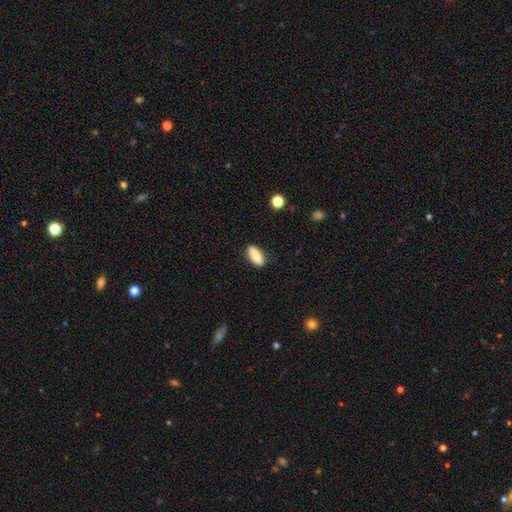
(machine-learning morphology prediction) Smooth or featured?
  - smooth: 83% *
  - featured or disk: 10%
  - star or artifact: 7%
How rounded?
  - in between: 72% *
  - cigar-shaped: 26%
  - round: 3%
Merging?
  - none: 85% *
  - minor disturbance: 11%
  - major disturbance: 2%
  - merger: 1%